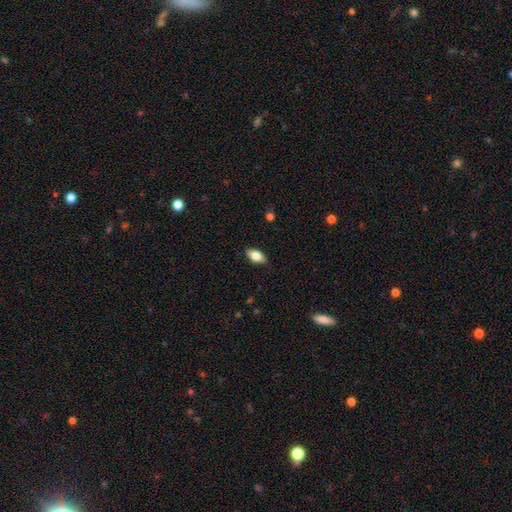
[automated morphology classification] Q: Smooth or featured?
A: smooth (76%); runner-up: featured or disk (16%)
Q: How rounded?
A: in between (89%); runner-up: cigar-shaped (7%)
Q: Merging?
A: none (86%); runner-up: minor disturbance (11%)